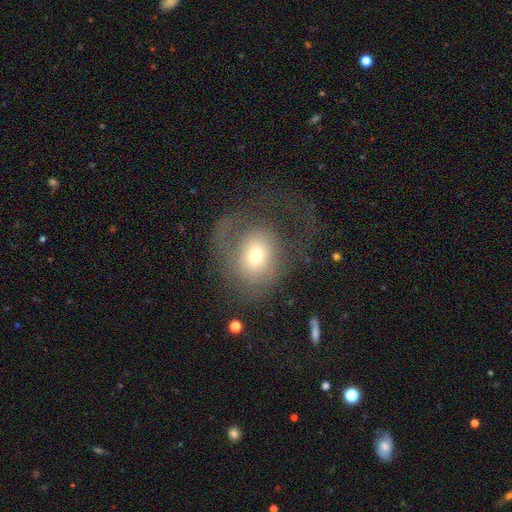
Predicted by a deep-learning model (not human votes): Smooth or featured? Predicted: smooth (p=0.56). How rounded? Predicted: round (p=0.73). Merging? Predicted: major disturbance (p=0.51).